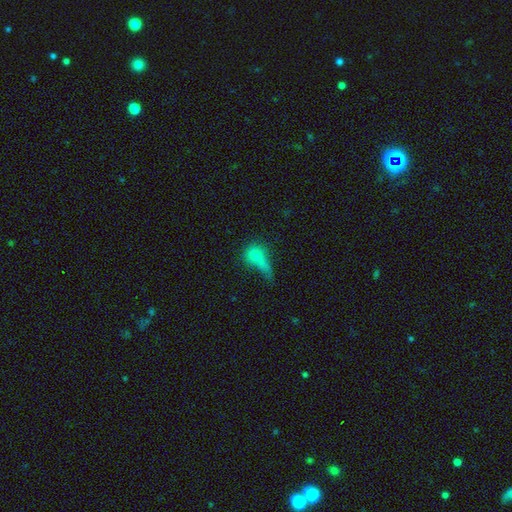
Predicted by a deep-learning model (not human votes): smooth_or_featured: smooth (p=0.67) [alt: featured or disk p=0.19]
how_rounded: round (p=0.48) [alt: in between p=0.43]
merging: major disturbance (p=0.34) [alt: none p=0.26]